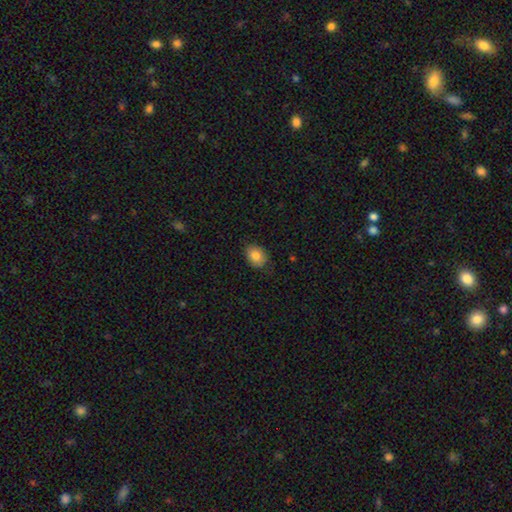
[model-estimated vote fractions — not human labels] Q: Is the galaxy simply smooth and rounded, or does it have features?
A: smooth — 82%.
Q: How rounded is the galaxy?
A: in between — 62%.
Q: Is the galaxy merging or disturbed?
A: none — 82%.